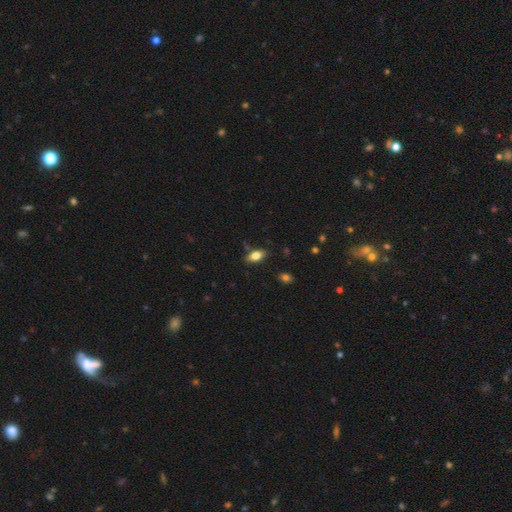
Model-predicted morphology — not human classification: A smooth galaxy with no disk features (76%) that is in between round and cigar-shaped (87%). Merging: none (81%).